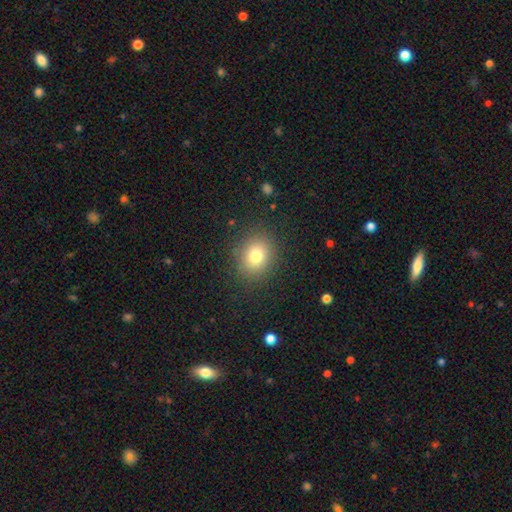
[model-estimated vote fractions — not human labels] The model was most divided on "how rounded": round: 67%, in between: 32%, cigar-shaped: 1%. More confident: merging — none (87%); smooth or featured — smooth (77%).